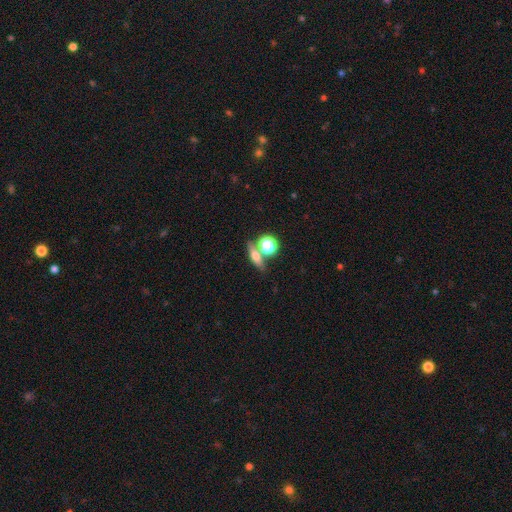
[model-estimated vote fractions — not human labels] smooth 55%, featured or disk 30%, star or artifact 15%. Down the decision tree: how rounded — cigar-shaped (37%); merging — none (64%).